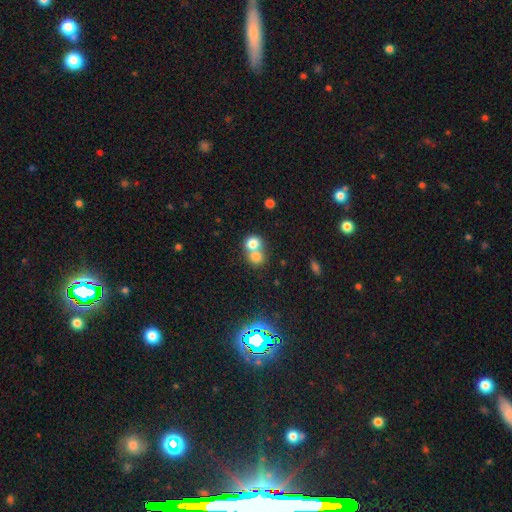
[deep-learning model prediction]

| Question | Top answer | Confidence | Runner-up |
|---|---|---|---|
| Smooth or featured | smooth | 76% | featured or disk (12%) |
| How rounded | round | 73% | in between (26%) |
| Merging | merger | 66% | none (27%) |